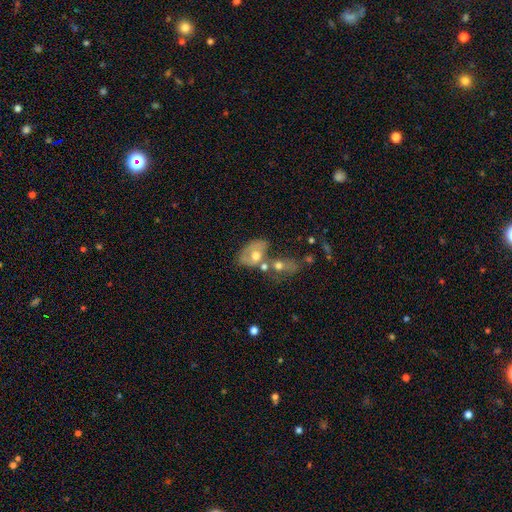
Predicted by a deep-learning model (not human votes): A smooth galaxy with no disk features (53%) that is in between round and cigar-shaped (82%). Merging: merger (46%).